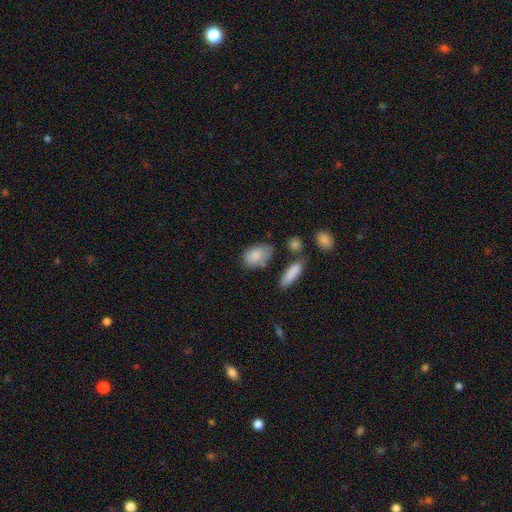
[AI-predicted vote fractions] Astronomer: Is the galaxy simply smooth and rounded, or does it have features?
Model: smooth — 81%.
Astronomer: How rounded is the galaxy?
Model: in between — 86%.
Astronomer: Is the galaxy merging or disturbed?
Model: none — 53% (runner-up: minor disturbance, 28%).